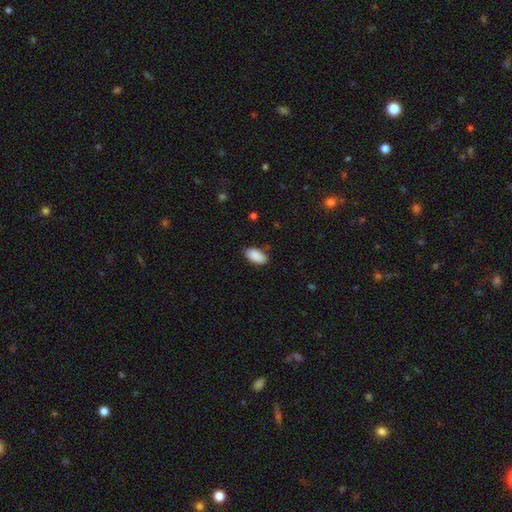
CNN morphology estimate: Q: Smooth or featured?
A: smooth (90%); runner-up: star or artifact (6%)
Q: How rounded?
A: in between (95%); runner-up: cigar-shaped (3%)
Q: Merging?
A: none (85%); runner-up: minor disturbance (12%)